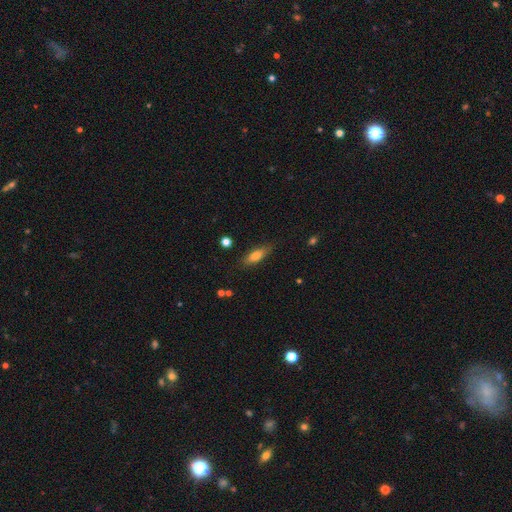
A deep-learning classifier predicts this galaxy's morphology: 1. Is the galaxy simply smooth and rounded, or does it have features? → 75% smooth, 17% featured or disk, 7% star or artifact.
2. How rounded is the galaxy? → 58% in between, 39% cigar-shaped, 3% round.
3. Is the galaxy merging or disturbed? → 81% none, 14% minor disturbance, 3% major disturbance, 2% merger.